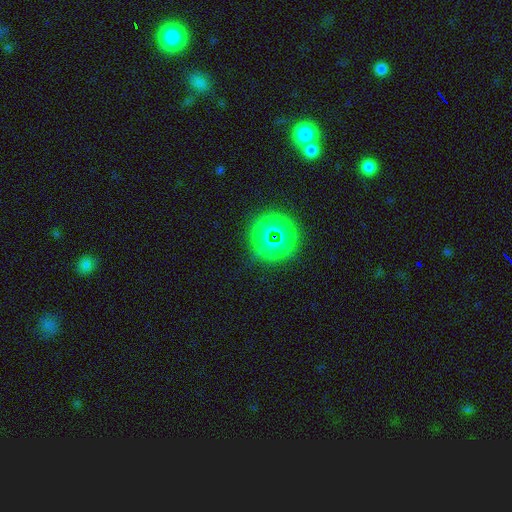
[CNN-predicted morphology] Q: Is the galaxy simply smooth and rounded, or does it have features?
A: star or artifact — 79%.